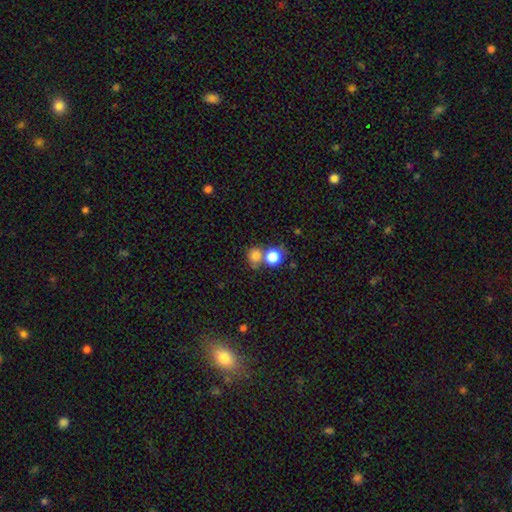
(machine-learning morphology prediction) Q: Smooth or featured?
A: smooth (80%); runner-up: star or artifact (12%)
Q: How rounded?
A: round (83%); runner-up: in between (16%)
Q: Merging?
A: none (48%); runner-up: merger (40%)